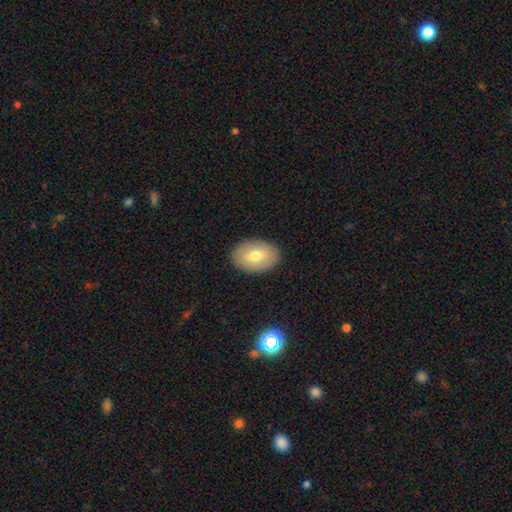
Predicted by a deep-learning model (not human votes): smooth-or-featured: smooth: 71% | featured or disk: 23% | star or artifact: 7%
  how-rounded: in between: 87% | round: 12% | cigar-shaped: 1%
  merging: none: 88% | minor disturbance: 8% | major disturbance: 2% | merger: 1%